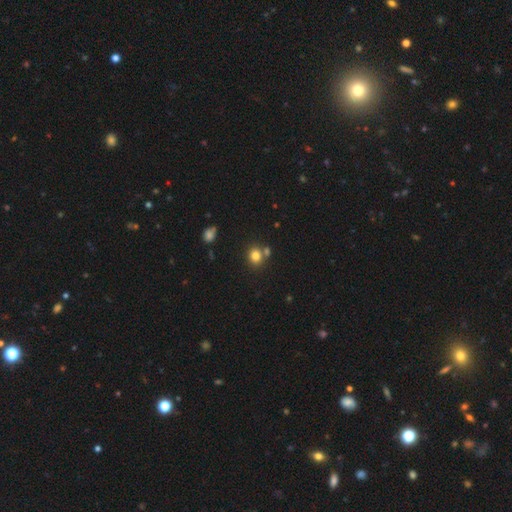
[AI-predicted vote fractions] This is clearly a smooth galaxy (80%). How rounded: likely round (74%). Merging: likely none (67%).